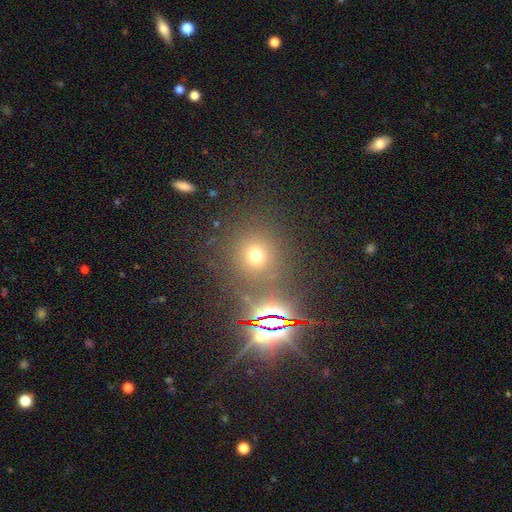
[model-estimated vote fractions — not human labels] Morphology: type=smooth (64%); roundness=round (90%); merging=none (80%).